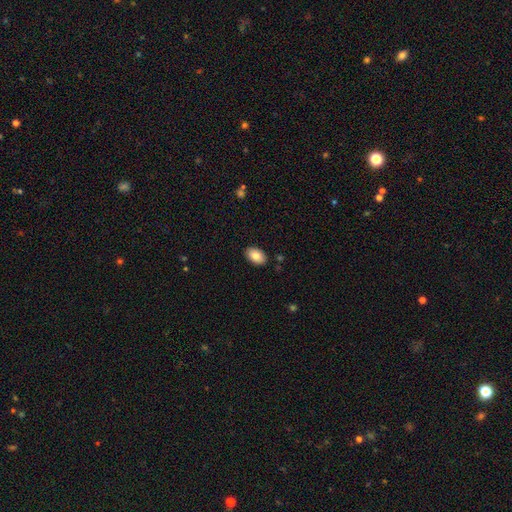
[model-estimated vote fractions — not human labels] smooth_or_featured: smooth (p=0.82) [alt: featured or disk p=0.11]
how_rounded: in between (p=0.92) [alt: round p=0.07]
merging: none (p=0.88) [alt: minor disturbance p=0.09]